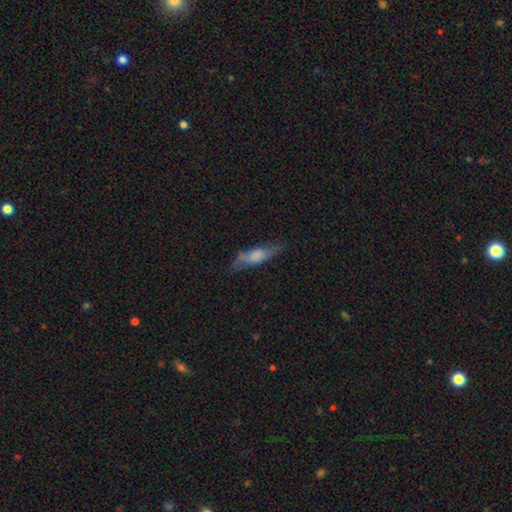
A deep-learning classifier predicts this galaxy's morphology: Smooth or featured? Predicted: smooth (p=0.56). How rounded? Predicted: cigar-shaped (p=0.57). Merging? Predicted: none (p=0.62).